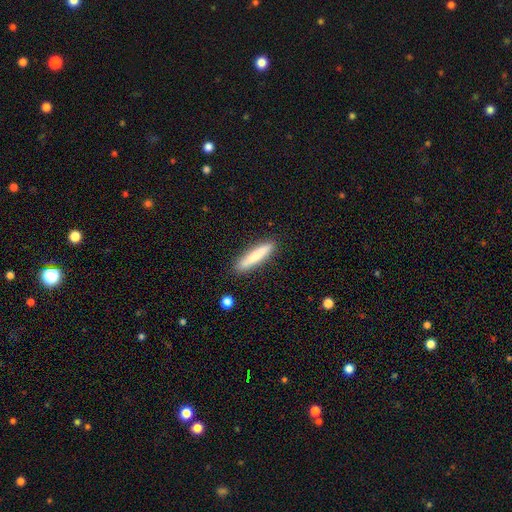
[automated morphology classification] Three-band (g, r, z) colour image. It shows a smooth galaxy with no disk features (75%) that is cigar-shaped (88%). Merging: none (88%).